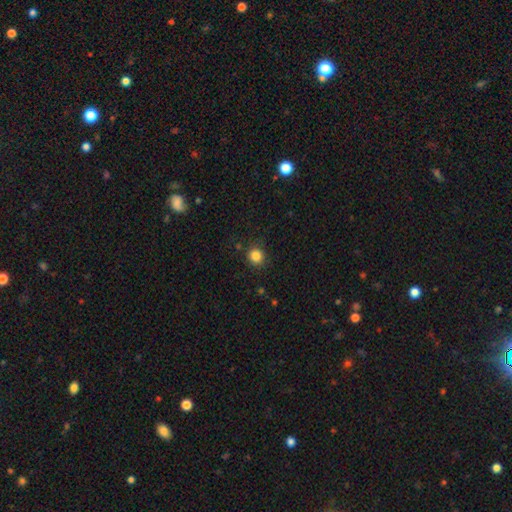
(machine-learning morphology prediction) Smooth or featured?
  - smooth: 84% *
  - star or artifact: 12%
  - featured or disk: 4%
How rounded?
  - round: 88% *
  - in between: 11%
  - cigar-shaped: 1%
Merging?
  - none: 86% *
  - minor disturbance: 9%
  - major disturbance: 3%
  - merger: 2%